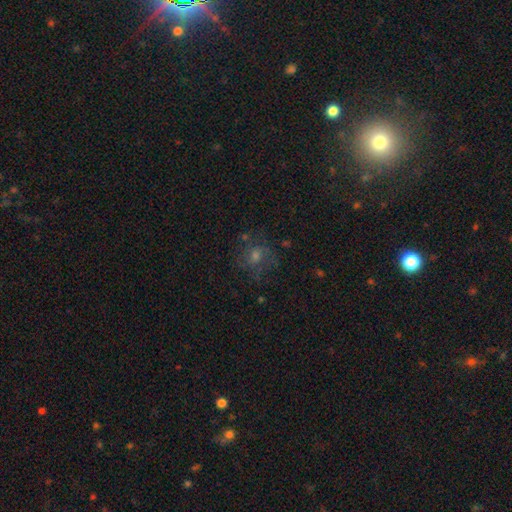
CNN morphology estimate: featured or disk 38%, smooth 35%, star or artifact 27%. Down the decision tree: merging — none (64%).